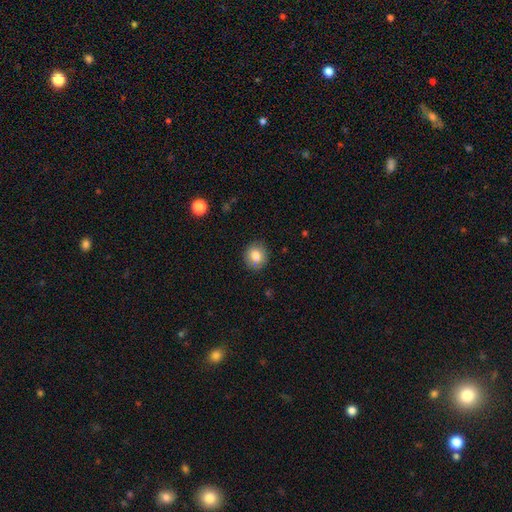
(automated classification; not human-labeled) Smooth or featured: smooth — 82% (star or artifact — 9%)
How rounded: round — 81% (in between — 18%)
Merging: none — 85% (minor disturbance — 11%)